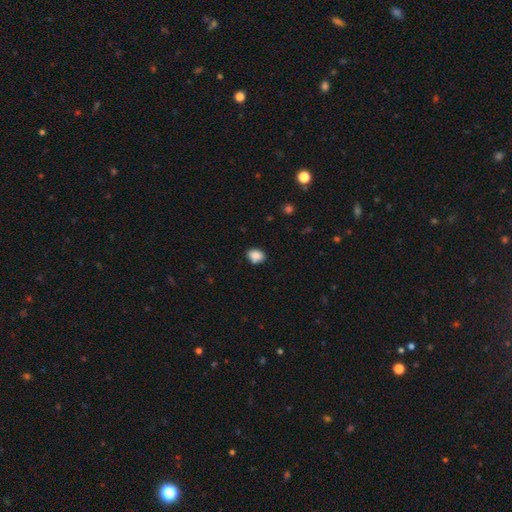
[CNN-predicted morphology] Overall: smooth (87%). How rounded: in between (70%). Merging: none (78%).